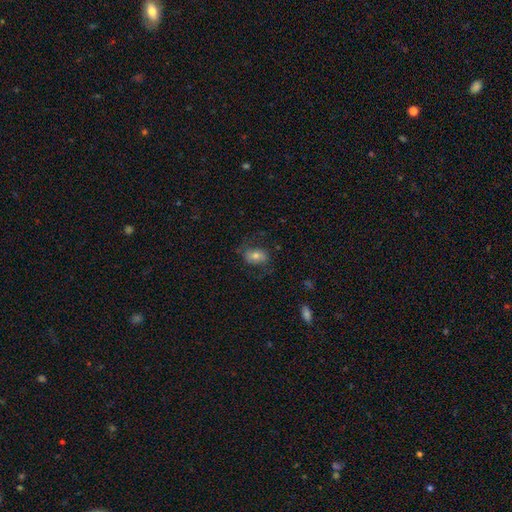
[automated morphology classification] smooth_or_featured: smooth (p=0.52) [alt: featured or disk p=0.36]
how_rounded: in between (p=0.77) [alt: round p=0.21]
merging: none (p=0.67) [alt: minor disturbance p=0.18]